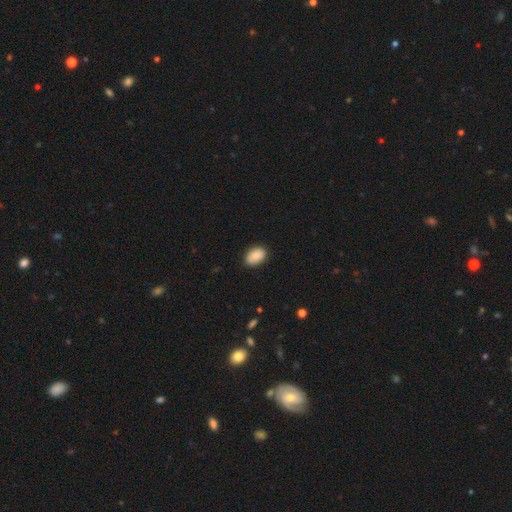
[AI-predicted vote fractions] A smooth galaxy with no disk features (87%) that is in between round and cigar-shaped (86%).

Vote fractions:
- Smooth or featured? smooth: 87% / star or artifact: 7% / featured or disk: 6%
- How rounded? in between: 86% / round: 13% / cigar-shaped: 1%
- Merging? none: 85% / minor disturbance: 12% / major disturbance: 2% / merger: 1%